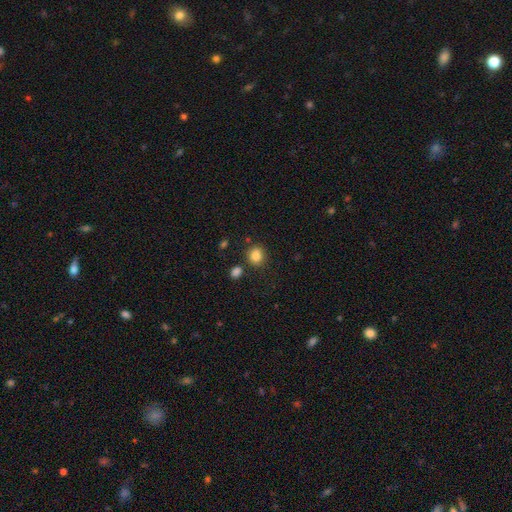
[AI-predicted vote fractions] smooth 85%, star or artifact 10%, featured or disk 5%. Down the decision tree: how rounded — round (74%); merging — none (79%).